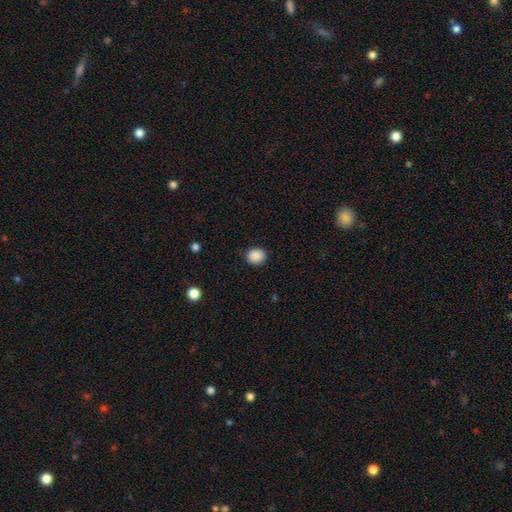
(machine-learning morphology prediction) A smooth galaxy with no disk features (89%) that is round (71%). Merging: none (89%).